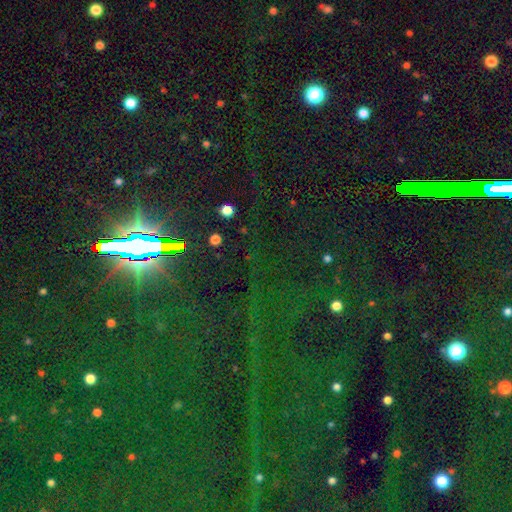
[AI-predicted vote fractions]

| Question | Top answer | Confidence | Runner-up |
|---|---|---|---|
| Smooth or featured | star or artifact | 84% | smooth (9%) |